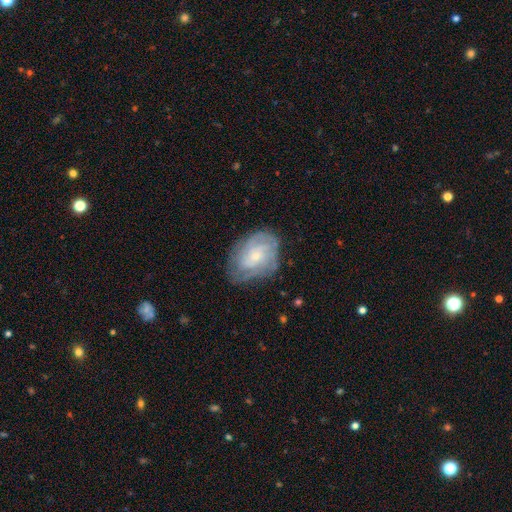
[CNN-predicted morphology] smooth-or-featured: featured or disk: 71% | smooth: 22% | star or artifact: 7%
  disk-edge-on: no: 97% | yes: 3%
    bar: no: 70% | weak: 26% | strong: 3%
    has-spiral-arms: yes: 90% | no: 10%
      spiral-winding: tight: 61% | medium: 30% | loose: 9%
      spiral-arm-count: can't tell: 44% | 3: 17% | 2: 16% | 4: 12% | more than 4: 5% | 1: 5%
    bulge-size: small: 69% | moderate: 25% | none: 3% | large: 2% | dominant: 1%
  merging: none: 70% | minor disturbance: 21% | major disturbance: 8% | merger: 1%